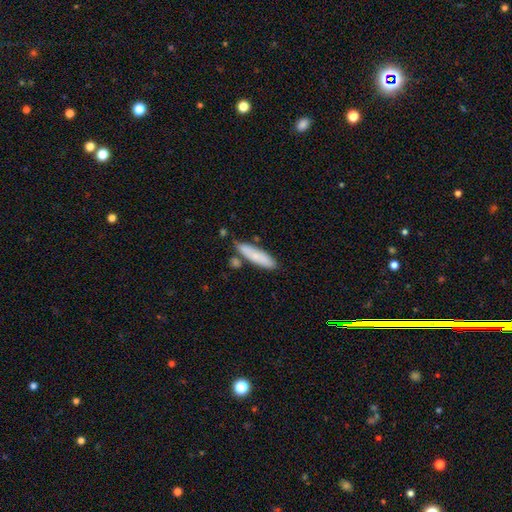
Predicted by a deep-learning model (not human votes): This is likely a smooth galaxy (77%). How rounded: likely cigar-shaped (71%). Merging: likely none (71%).